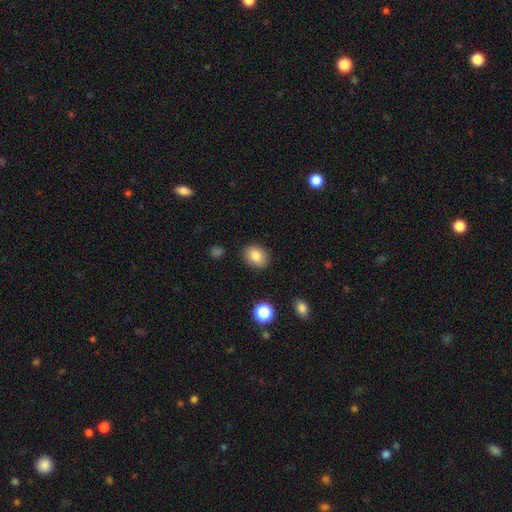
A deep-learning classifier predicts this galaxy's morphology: Smooth or featured: smooth — 83% (star or artifact — 10%)
How rounded: in between — 61% (round — 38%)
Merging: none — 86% (minor disturbance — 9%)